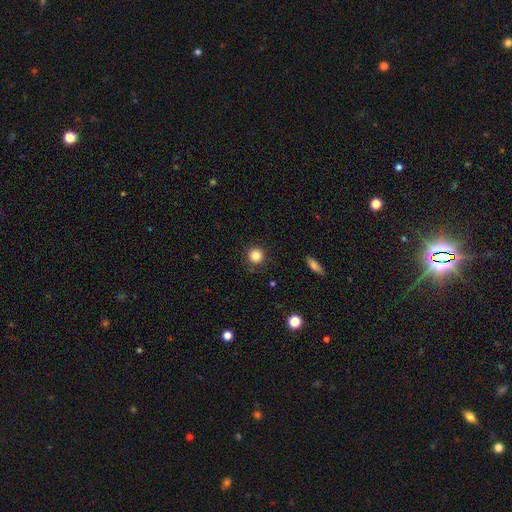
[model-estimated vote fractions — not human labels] Q: Smooth or featured?
A: smooth (84%); runner-up: star or artifact (10%)
Q: How rounded?
A: round (94%); runner-up: in between (5%)
Q: Merging?
A: none (87%); runner-up: minor disturbance (9%)